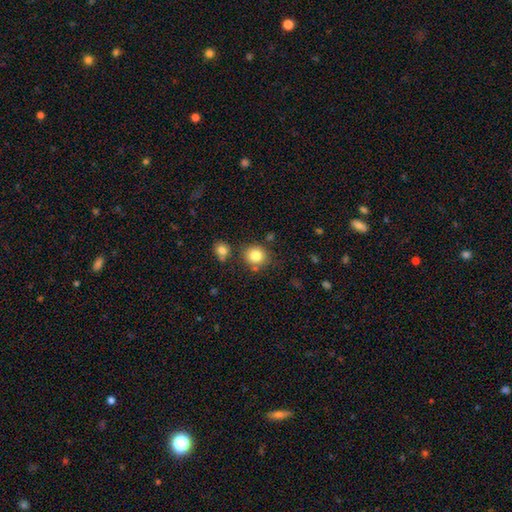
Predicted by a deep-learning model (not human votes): Overall: smooth (83%). How rounded: round (86%). Merging: none (78%).